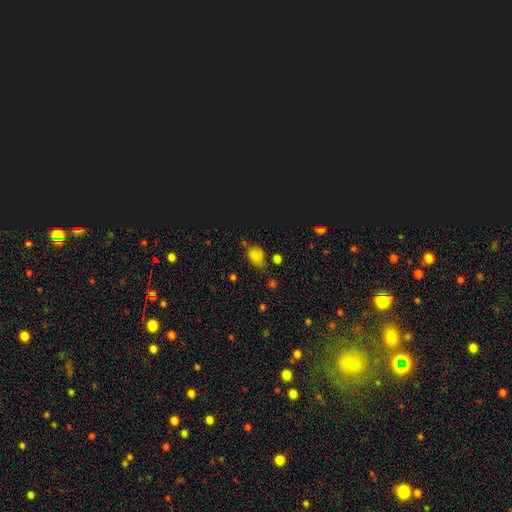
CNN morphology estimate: This appears to be a smooth galaxy with no disk features (66%) that is in between round and cigar-shaped (74%). Merging: none (57%).